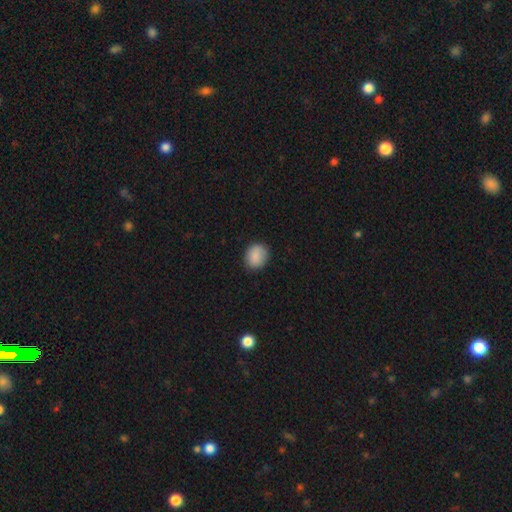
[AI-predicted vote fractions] Smooth or featured: smooth — 87% (star or artifact — 8%)
How rounded: round — 61% (in between — 38%)
Merging: none — 84% (minor disturbance — 13%)